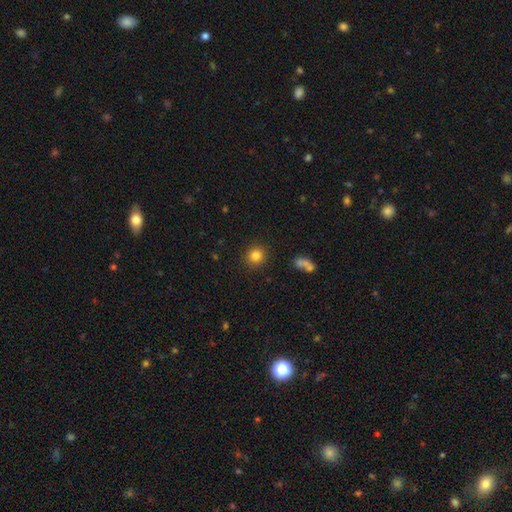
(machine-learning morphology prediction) smooth 82%, star or artifact 12%, featured or disk 6%. Down the decision tree: how rounded — round (92%); merging — none (90%).